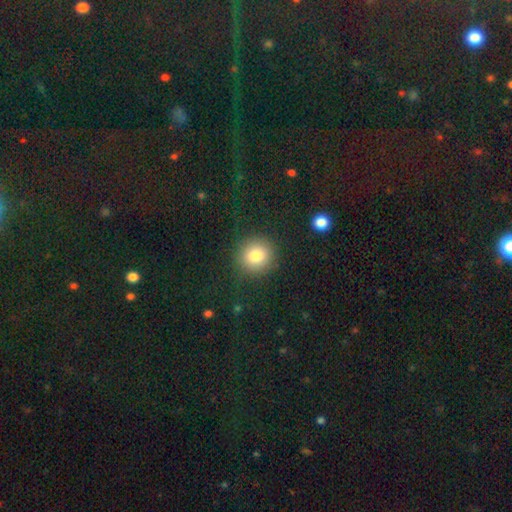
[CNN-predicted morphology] type=smooth (81%); roundness=round (87%); merging=none (88%).